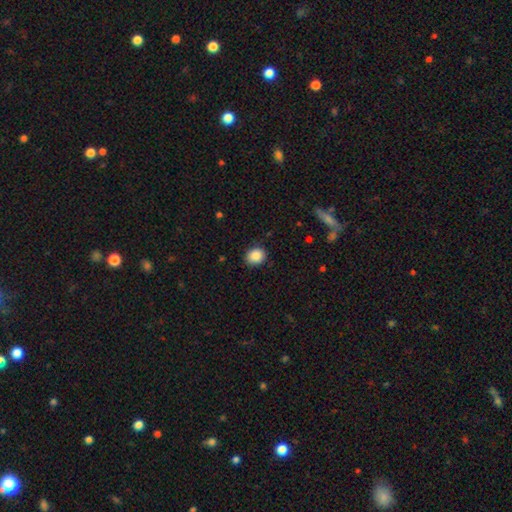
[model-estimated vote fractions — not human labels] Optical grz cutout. It shows a smooth galaxy with no disk features (87%) that is round (66%). Merging: none (87%).